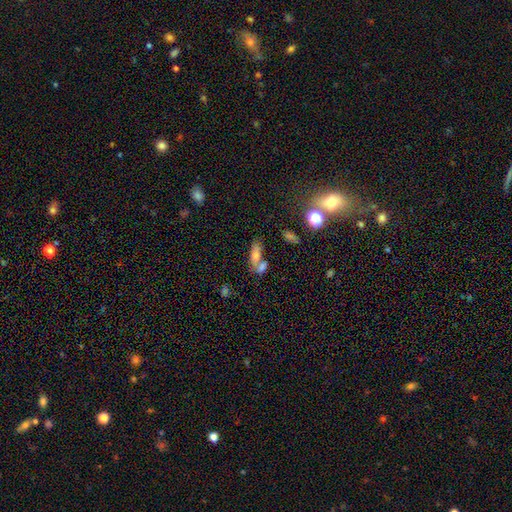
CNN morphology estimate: A smooth galaxy with no disk features (58%) that is in between round and cigar-shaped (65%).

Vote fractions:
- Smooth or featured? smooth: 58% / featured or disk: 23% / star or artifact: 18%
- How rounded? in between: 65% / cigar-shaped: 27% / round: 8%
- Merging? none: 42% / merger: 39% / minor disturbance: 12% / major disturbance: 7%